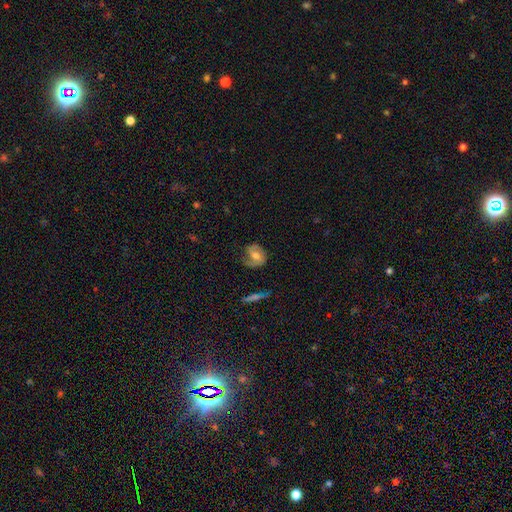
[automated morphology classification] featured or disk 61%, smooth 32%, star or artifact 7%. Down the decision tree: edge-on disk — no (96%); bar — no (47%); spiral arms — yes (84%); bulge size — moderate (68%); merging — none (57%).